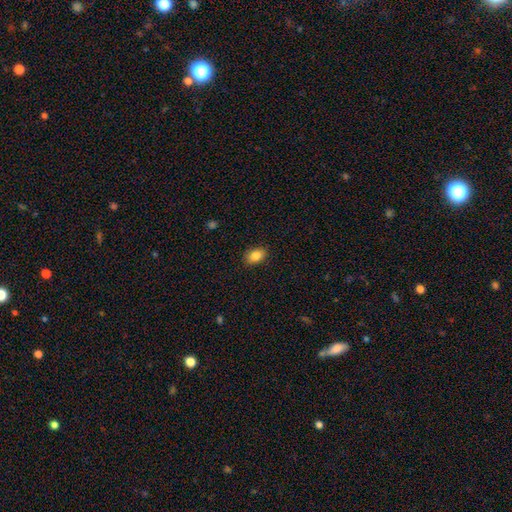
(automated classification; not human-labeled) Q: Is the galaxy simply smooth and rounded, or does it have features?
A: smooth — 86%.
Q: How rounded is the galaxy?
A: in between — 85%.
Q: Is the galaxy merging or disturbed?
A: none — 88%.